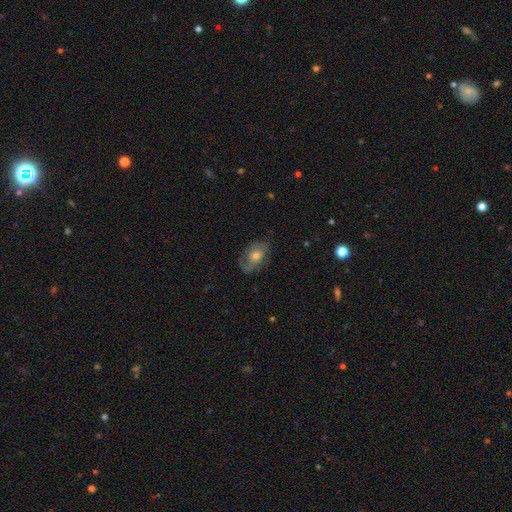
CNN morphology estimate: smooth-or-featured: featured or disk: 59% | smooth: 32% | star or artifact: 9%
  disk-edge-on: no: 94% | yes: 6%
    bar: no: 72% | weak: 23% | strong: 5%
    has-spiral-arms: yes: 78% | no: 22%
    bulge-size: moderate: 62% | small: 28% | large: 7% | none: 2% | dominant: 1%
  merging: none: 71% | minor disturbance: 19% | major disturbance: 9% | merger: 1%